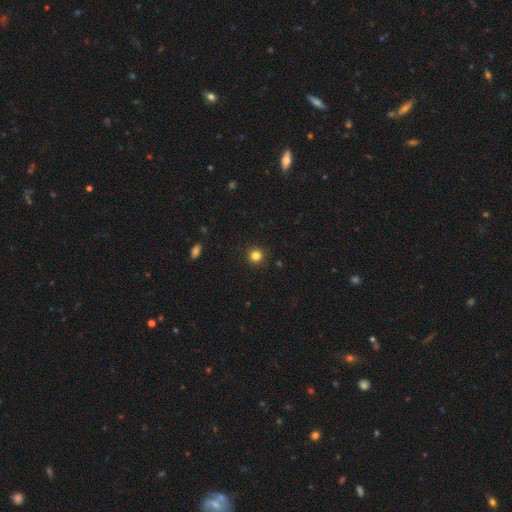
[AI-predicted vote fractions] A smooth galaxy with no disk features (82%) that is round (95%). Merging: none (92%).